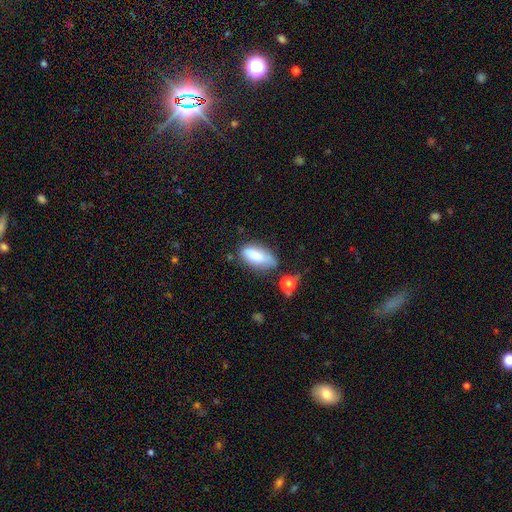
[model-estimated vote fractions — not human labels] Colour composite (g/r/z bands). It shows a smooth galaxy with no disk features (80%) that is in between round and cigar-shaped (88%). Merging: none (57%).